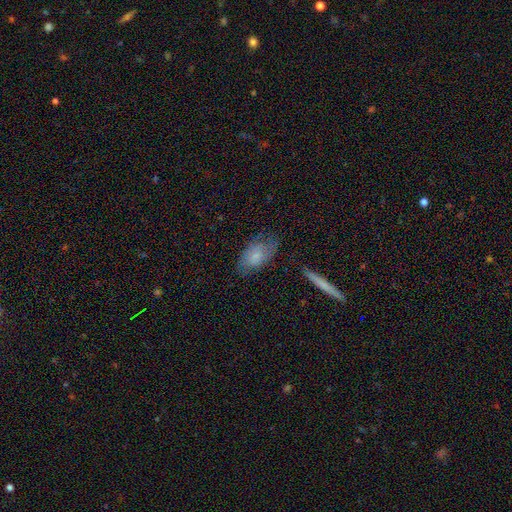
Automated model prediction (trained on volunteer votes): A smooth galaxy with no disk features (62%) that is in between round and cigar-shaped (90%). Merging: none (63%).